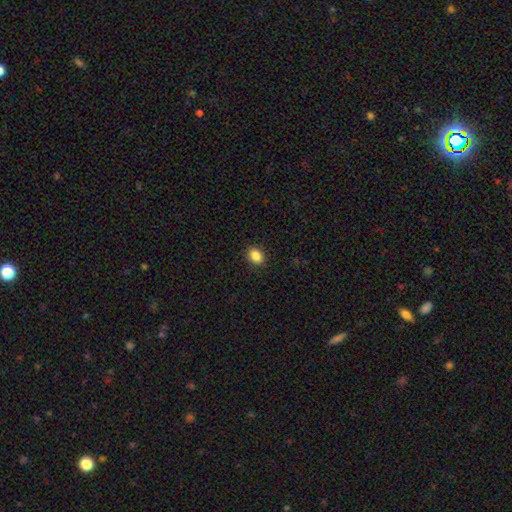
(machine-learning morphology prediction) smooth-or-featured: smooth: 87% | star or artifact: 10% | featured or disk: 4%
  how-rounded: in between: 53% | round: 46% | cigar-shaped: 1%
  merging: none: 91% | minor disturbance: 6% | major disturbance: 2% | merger: 1%